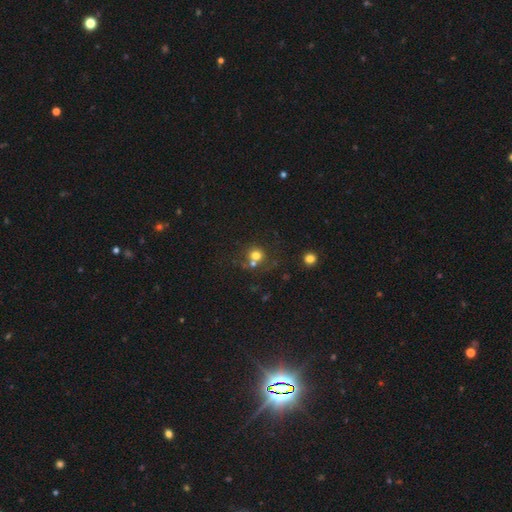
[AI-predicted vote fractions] Smooth or featured?
  - smooth: 71% *
  - star or artifact: 16%
  - featured or disk: 13%
How rounded?
  - round: 86% *
  - in between: 13%
  - cigar-shaped: 1%
Merging?
  - none: 51% *
  - merger: 32%
  - minor disturbance: 10%
  - major disturbance: 6%